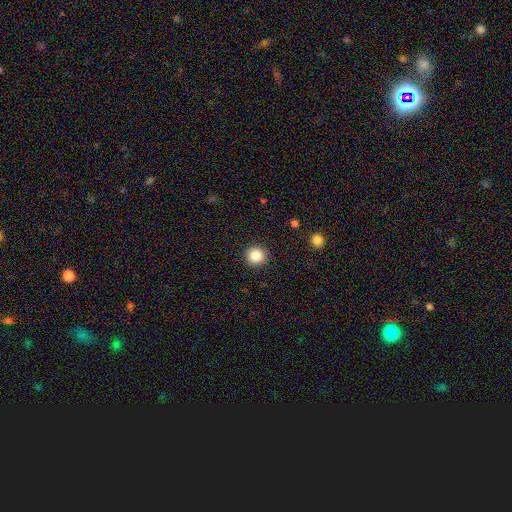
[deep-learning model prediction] Smooth or featured? smooth (86%)
How rounded? round (95%)
Merging? none (92%)